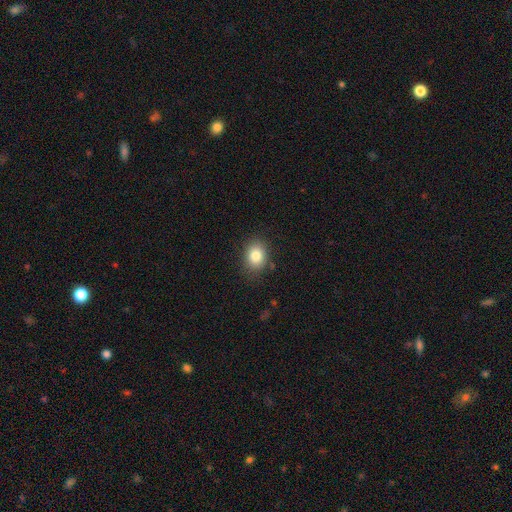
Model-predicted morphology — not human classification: smooth-or-featured: smooth: 83% | star or artifact: 10% | featured or disk: 7%
  how-rounded: in between: 56% | round: 43% | cigar-shaped: 1%
  merging: none: 83% | minor disturbance: 12% | major disturbance: 3% | merger: 2%